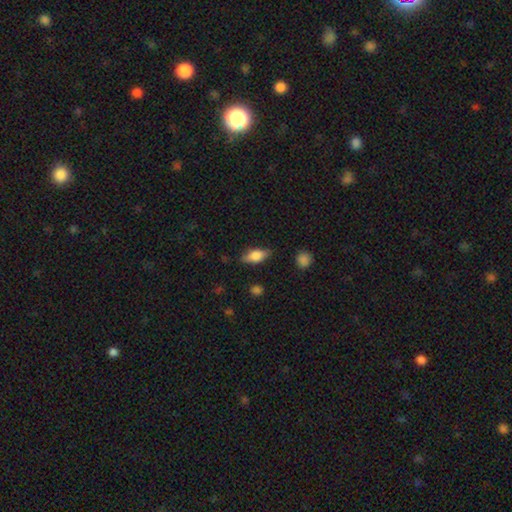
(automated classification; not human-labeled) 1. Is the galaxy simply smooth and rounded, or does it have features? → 68% smooth, 24% featured or disk, 7% star or artifact.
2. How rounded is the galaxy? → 79% in between, 16% cigar-shaped, 5% round.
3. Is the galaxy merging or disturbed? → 82% none, 14% minor disturbance, 3% major disturbance, 1% merger.